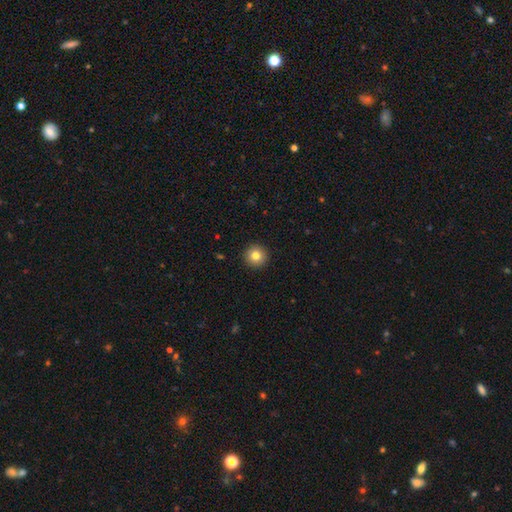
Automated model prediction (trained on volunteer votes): Q: Smooth or featured?
A: smooth (80%); runner-up: star or artifact (11%)
Q: How rounded?
A: round (96%); runner-up: in between (3%)
Q: Merging?
A: none (93%); runner-up: minor disturbance (4%)